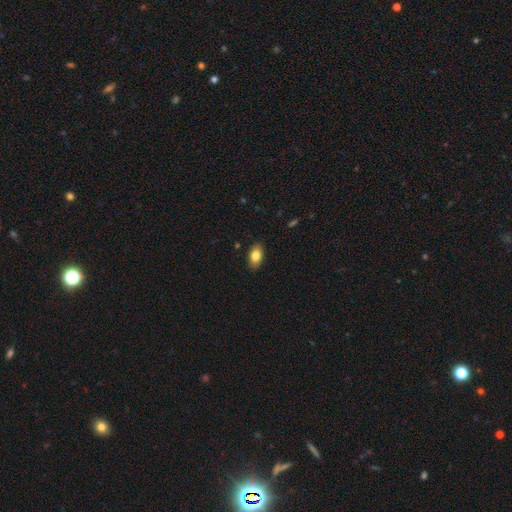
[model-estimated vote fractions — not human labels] A smooth galaxy with no disk features (82%) that is in between round and cigar-shaped (91%).

Vote fractions:
- Smooth or featured? smooth: 82% / featured or disk: 10% / star or artifact: 7%
- How rounded? in between: 91% / round: 7% / cigar-shaped: 2%
- Merging? none: 87% / minor disturbance: 10% / major disturbance: 2% / merger: 1%